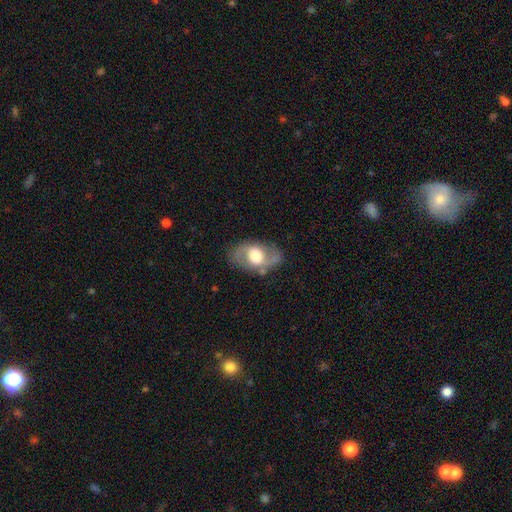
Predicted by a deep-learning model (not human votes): A featured or disk galaxy (65%) with no bar (54%), spiral arms (71%) and a moderate central bulge (44%, tied with large).

Vote fractions:
- Smooth or featured? featured or disk: 65% / smooth: 28% / star or artifact: 6%
- Edge-on disk? no: 94% / yes: 6%
- Bar? no: 54% / weak: 34% / strong: 12%
- Spiral arms? yes: 71% / no: 29%
- Bulge size? moderate: 44% (tied) / large: 44% (tied) / small: 6% / dominant: 5% / none: 1%
- Merging? none: 76% / minor disturbance: 15% / major disturbance: 6% / merger: 2%